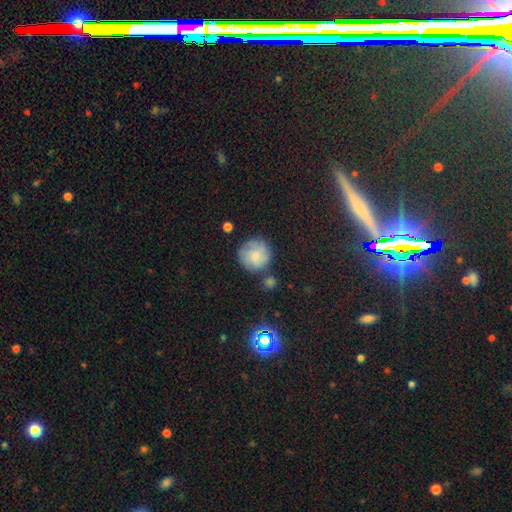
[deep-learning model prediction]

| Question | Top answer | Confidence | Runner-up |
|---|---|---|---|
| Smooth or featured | smooth | 65% | featured or disk (25%) |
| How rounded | round | 93% | in between (6%) |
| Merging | none | 70% | minor disturbance (17%) |